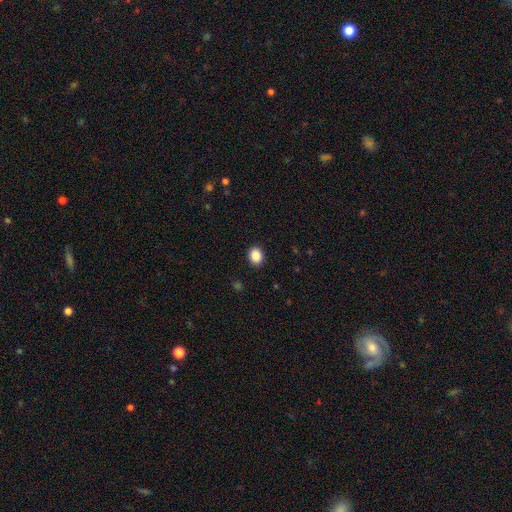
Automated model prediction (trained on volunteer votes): Overall: smooth (88%). How rounded: round (59%; in between 40%). Merging: none (91%).